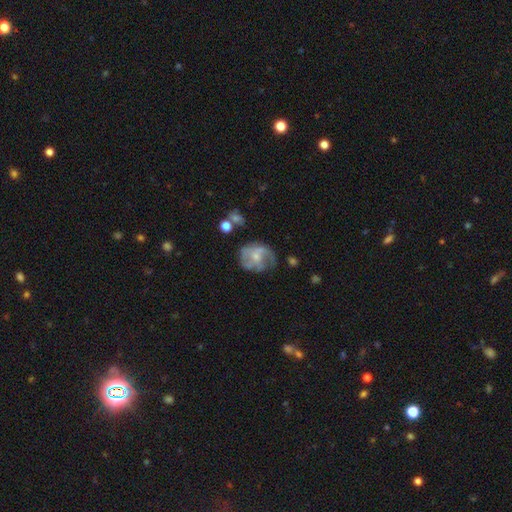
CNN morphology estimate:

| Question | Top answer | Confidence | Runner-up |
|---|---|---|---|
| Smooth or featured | featured or disk | 66% | smooth (25%) |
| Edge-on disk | no | 98% | yes (2%) |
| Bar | no | 69% | weak (26%) |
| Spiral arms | yes | 74% | no (26%) |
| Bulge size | small | 61% | moderate (27%) |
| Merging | none | 52% | minor disturbance (24%) |